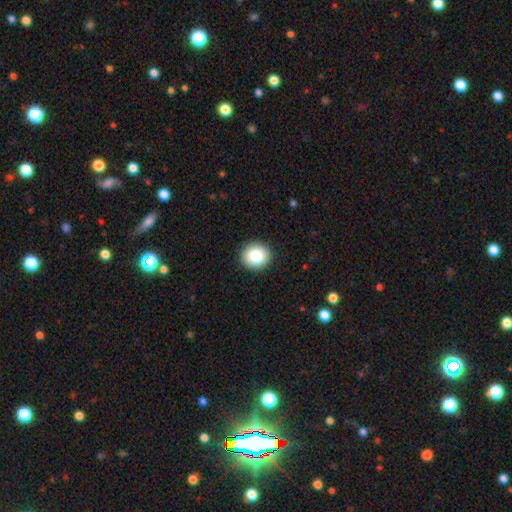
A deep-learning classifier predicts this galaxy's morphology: A smooth galaxy with no disk features (84%) that is round (88%). Merging: none (92%).